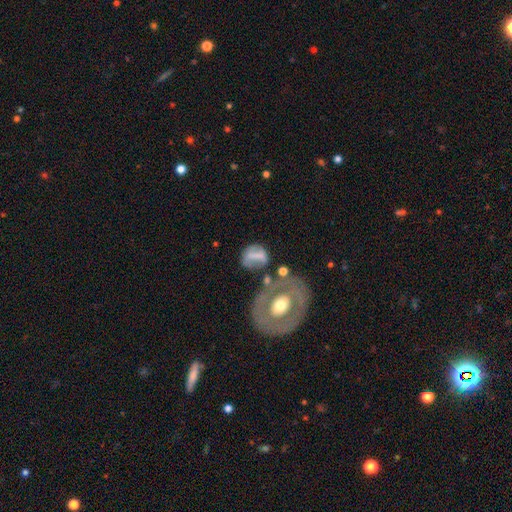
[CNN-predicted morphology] smooth 47%, featured or disk 44%, star or artifact 9%. Down the decision tree: merging — none (46%).